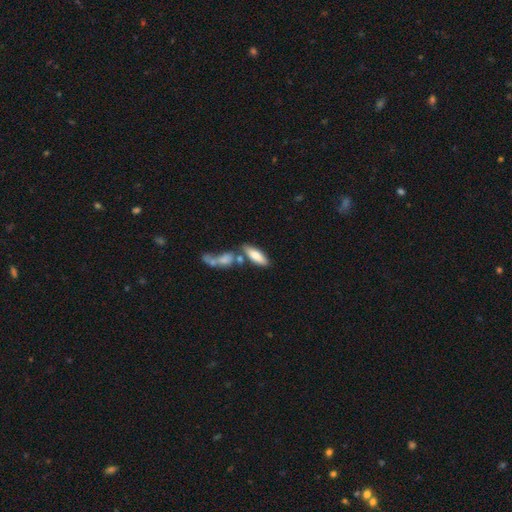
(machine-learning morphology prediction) Overall: smooth (76%). How rounded: in between (67%; cigar-shaped 30%). Merging: none (55%; merger 26%).